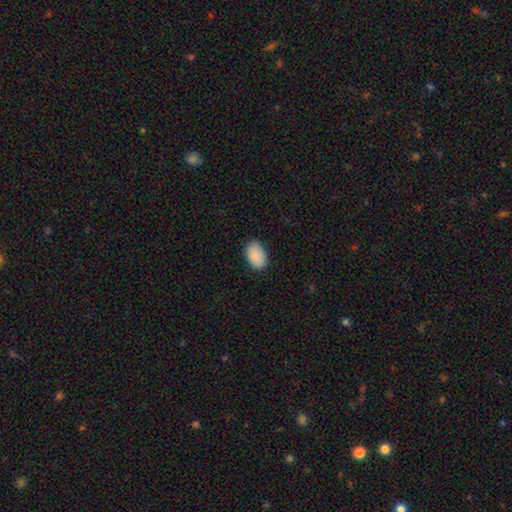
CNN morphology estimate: Overall: smooth (89%). How rounded: in between (90%). Merging: none (82%).